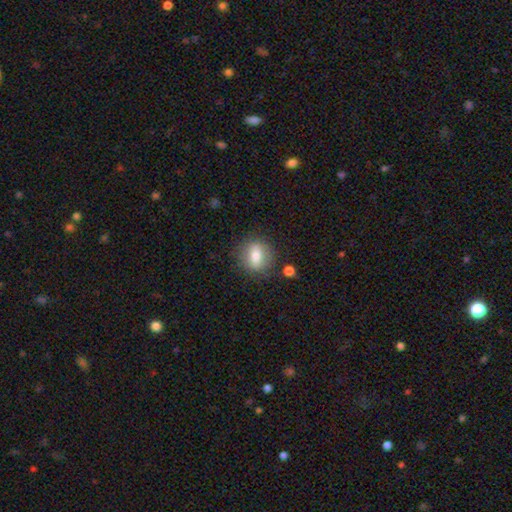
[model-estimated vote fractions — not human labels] Morphology: type=smooth (74%); roundness=round (53%); merging=none (83%).